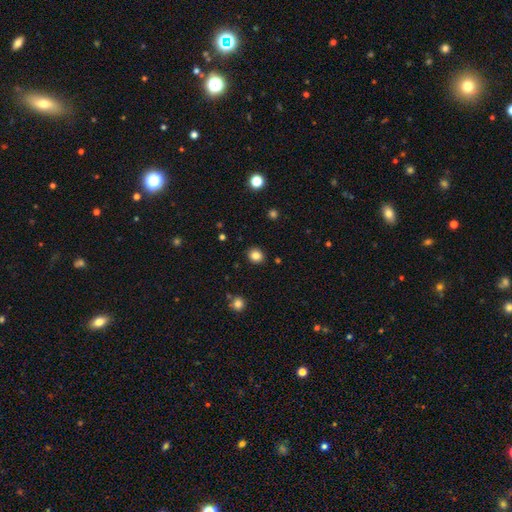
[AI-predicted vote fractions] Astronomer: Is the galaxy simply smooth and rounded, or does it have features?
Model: smooth — 83%.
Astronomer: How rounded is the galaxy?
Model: round — 79%.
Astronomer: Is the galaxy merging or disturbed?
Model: none — 91%.